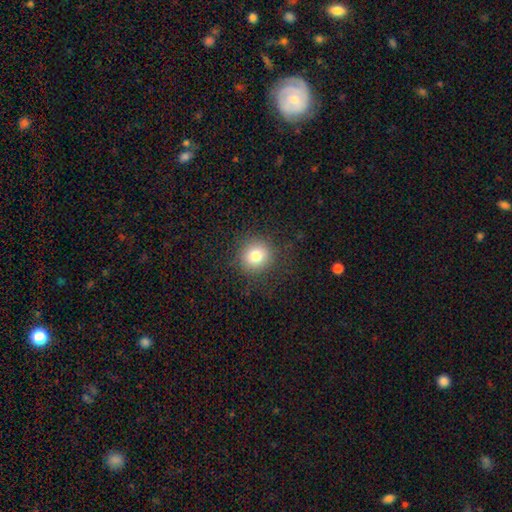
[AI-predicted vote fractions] This is likely a smooth galaxy (79%). How rounded: clearly round (91%). Merging: clearly none (86%).